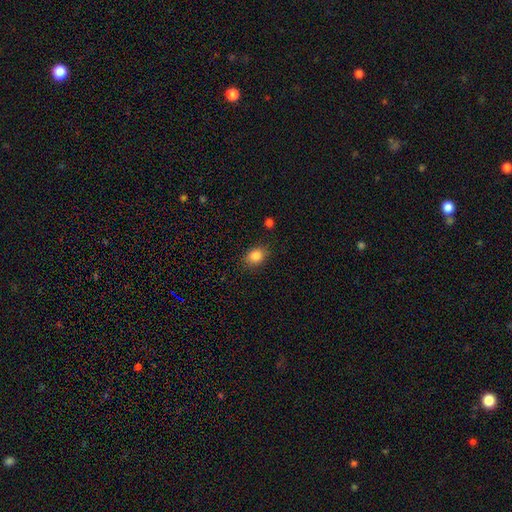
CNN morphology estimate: Q: Smooth or featured?
A: smooth (84%); runner-up: star or artifact (10%)
Q: How rounded?
A: in between (62%); runner-up: round (37%)
Q: Merging?
A: none (85%); runner-up: minor disturbance (11%)